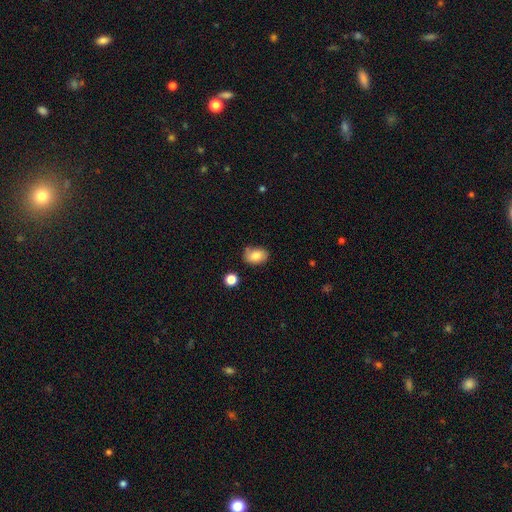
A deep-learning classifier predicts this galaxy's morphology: Smooth or featured?
  - smooth: 82% *
  - featured or disk: 10%
  - star or artifact: 8%
How rounded?
  - in between: 83% *
  - round: 16%
  - cigar-shaped: 1%
Merging?
  - none: 69% *
  - minor disturbance: 22%
  - major disturbance: 5%
  - merger: 4%